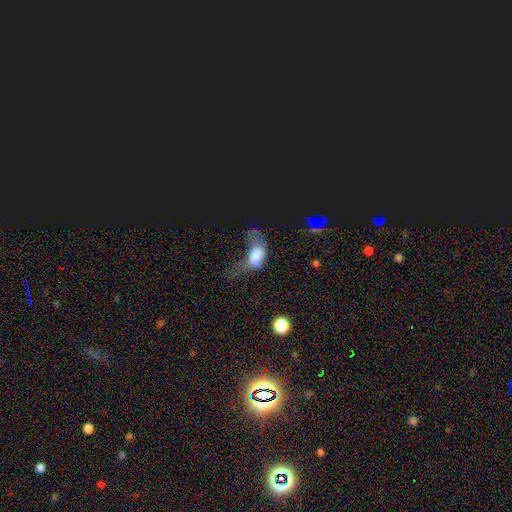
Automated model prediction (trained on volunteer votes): This appears to be a smooth galaxy with no disk features (60%) that is in between round and cigar-shaped (84%). Merging: major disturbance (61%).